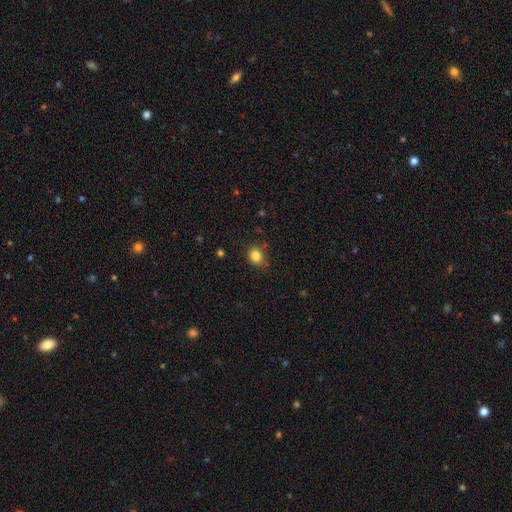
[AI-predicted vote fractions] Smooth or featured? smooth (83%)
How rounded? round (62%)
Merging? none (74%)